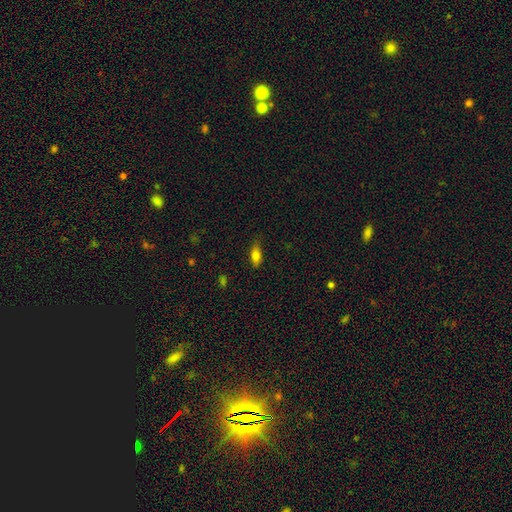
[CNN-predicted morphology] type=smooth (78%); roundness=in between (79%); merging=none (80%).